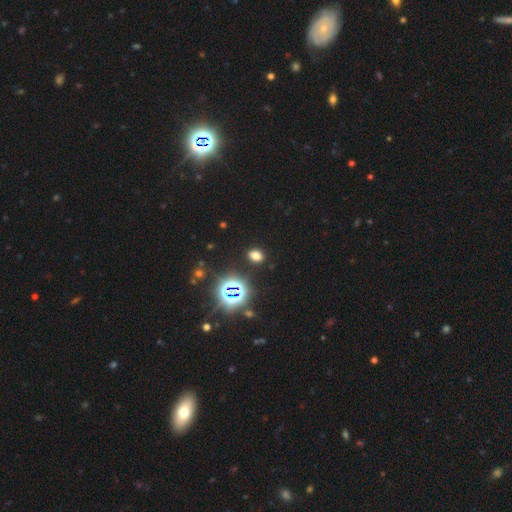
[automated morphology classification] Overall: smooth (66%; star or artifact 28%). How rounded: in between (68%; round 30%). Merging: none (88%).